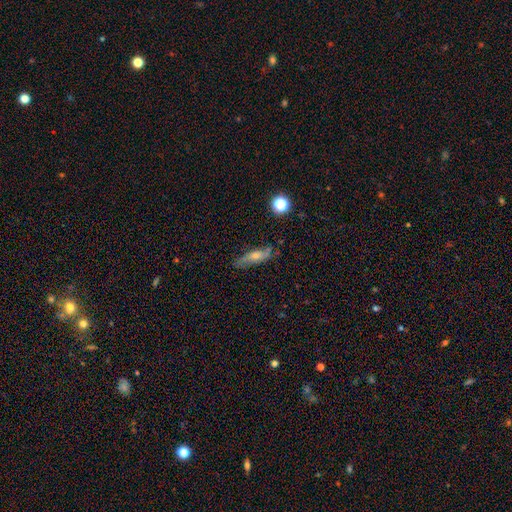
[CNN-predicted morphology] smooth_or_featured: featured or disk (p=0.48) [alt: smooth p=0.40]
merging: none (p=0.76) [alt: minor disturbance p=0.18]